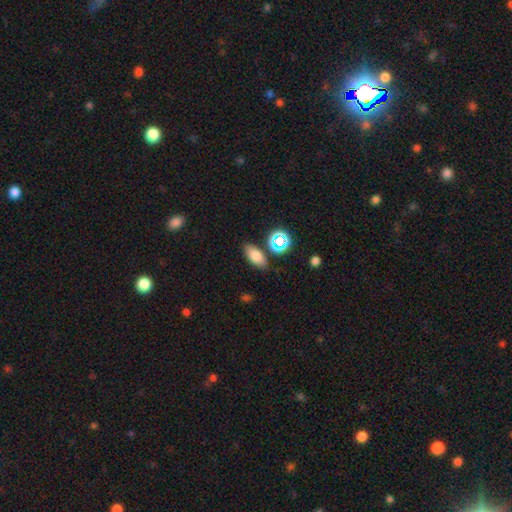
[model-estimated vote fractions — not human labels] A smooth galaxy with no disk features (75%) that is in between round and cigar-shaped (83%).

Vote fractions:
- Smooth or featured? smooth: 75% / star or artifact: 14% / featured or disk: 11%
- How rounded? in between: 83% / round: 9% / cigar-shaped: 8%
- Merging? none: 79% / minor disturbance: 13% / merger: 6% / major disturbance: 3%